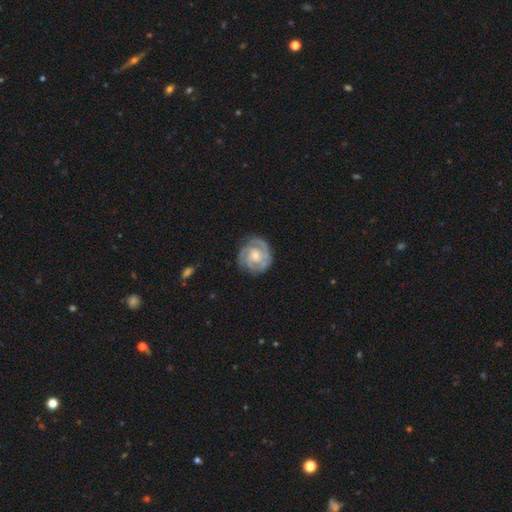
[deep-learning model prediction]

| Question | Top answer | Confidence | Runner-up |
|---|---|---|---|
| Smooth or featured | featured or disk | 87% | smooth (9%) |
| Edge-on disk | no | 98% | yes (2%) |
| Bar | no | 66% | weak (28%) |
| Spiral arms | yes | 97% | no (3%) |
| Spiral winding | tight | 70% | medium (26%) |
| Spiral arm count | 2 | 49% | 3 (25%) |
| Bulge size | small | 52% | moderate (41%) |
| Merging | none | 78% | minor disturbance (15%) |